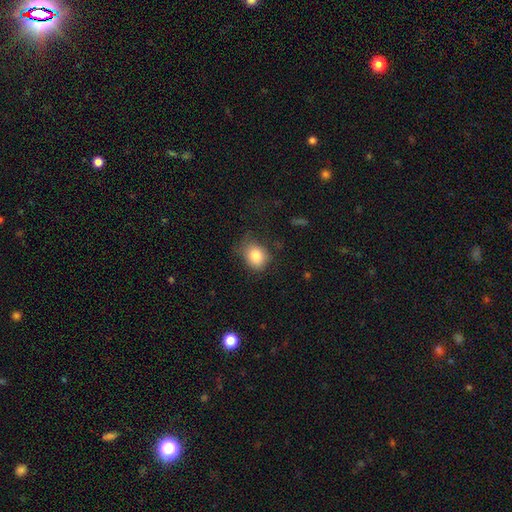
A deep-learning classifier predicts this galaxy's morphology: Smooth or featured? smooth (82%)
How rounded? in between (51%)
Merging? none (61%)